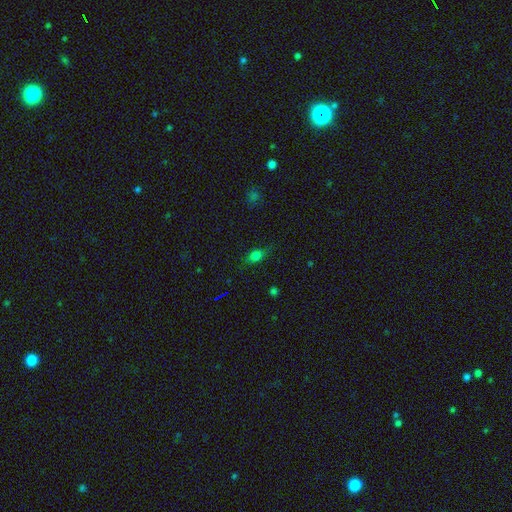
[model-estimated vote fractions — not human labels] Morphology: type=smooth (73%); roundness=in between (76%); merging=none (73%).